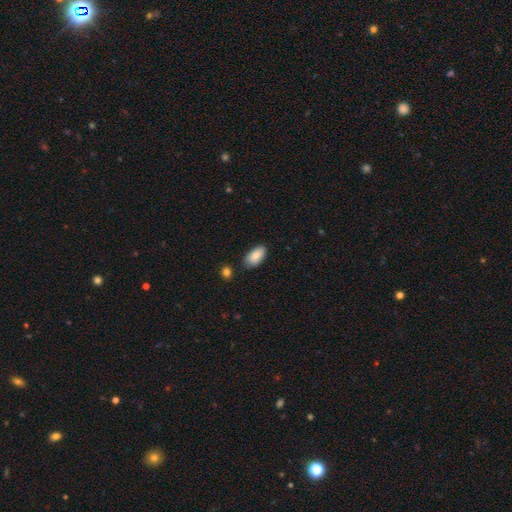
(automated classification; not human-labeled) Smooth or featured? Predicted: smooth (p=0.87). How rounded? Predicted: in between (p=0.93). Merging? Predicted: none (p=0.77).